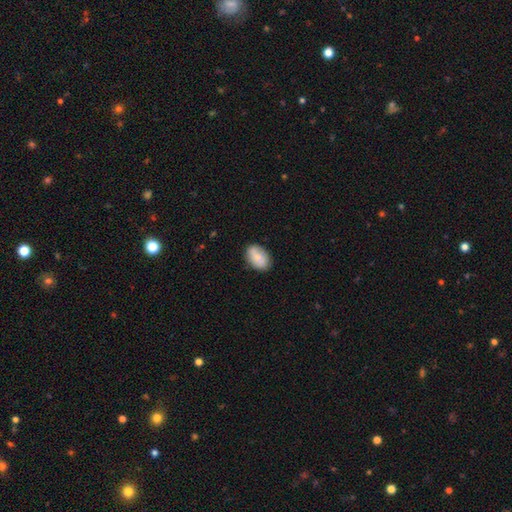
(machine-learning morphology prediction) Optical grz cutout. It shows a smooth galaxy with no disk features (78%) that is in between round and cigar-shaped (89%). Merging: none (79%).